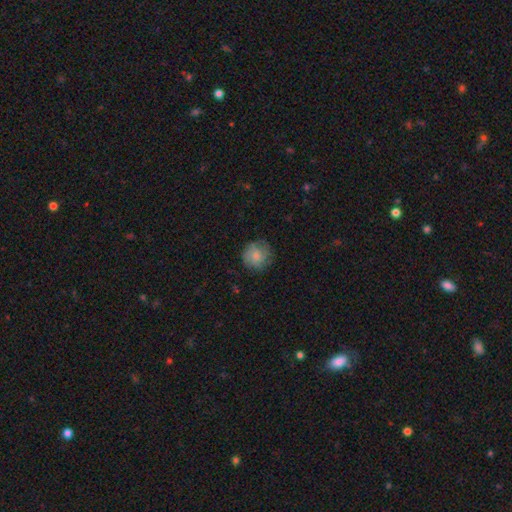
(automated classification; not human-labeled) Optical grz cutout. It shows a smooth galaxy with no disk features (71%) that is round (91%). Merging: none (76%).